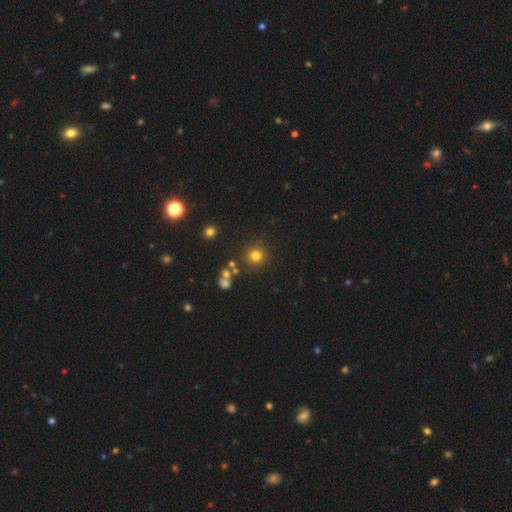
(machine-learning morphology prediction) This appears to be a smooth galaxy with no disk features (79%) that is round (93%). Merging: none (83%).